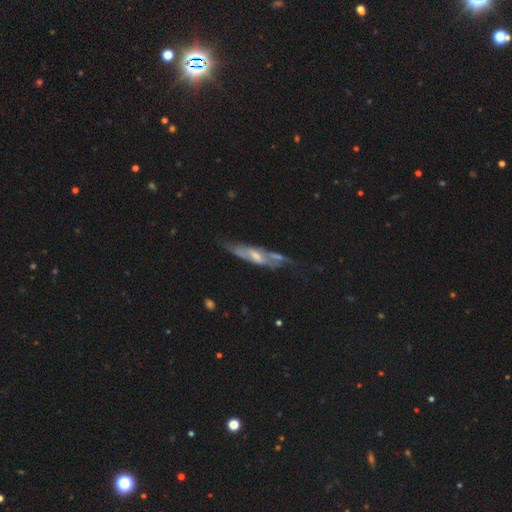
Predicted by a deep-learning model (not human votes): Q: Smooth or featured?
A: featured or disk (67%); runner-up: smooth (25%)
Q: Edge-on disk?
A: no (53%); runner-up: yes (47%)
Q: Merging?
A: none (48%); runner-up: minor disturbance (26%)